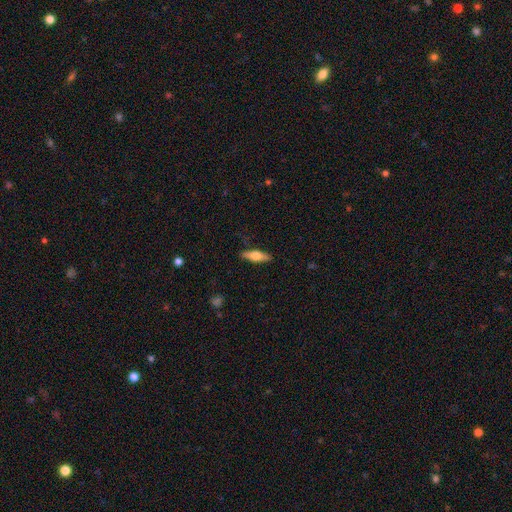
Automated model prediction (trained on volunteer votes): This is possibly a smooth galaxy (56%). How rounded: possibly cigar-shaped (57%). Merging: clearly none (87%).